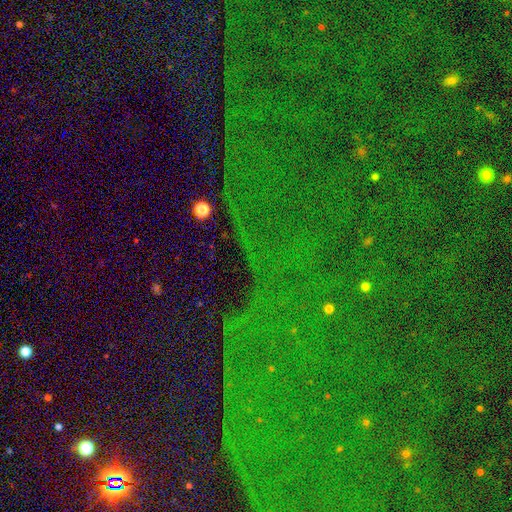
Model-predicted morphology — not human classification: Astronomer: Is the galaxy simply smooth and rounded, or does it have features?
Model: star or artifact — 85%.